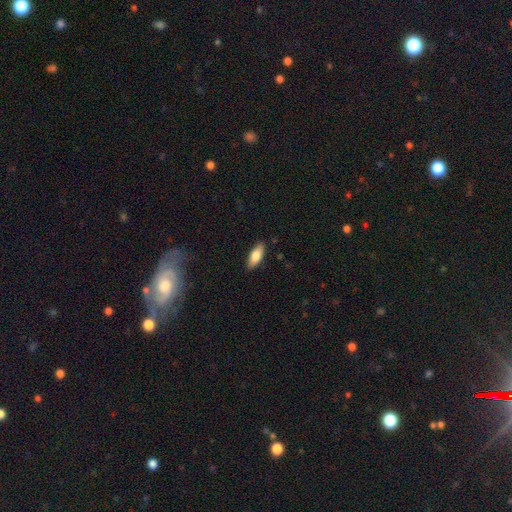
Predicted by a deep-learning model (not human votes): Smooth or featured: smooth — 79% (featured or disk — 15%)
How rounded: in between — 78% (cigar-shaped — 20%)
Merging: none — 87% (minor disturbance — 10%)